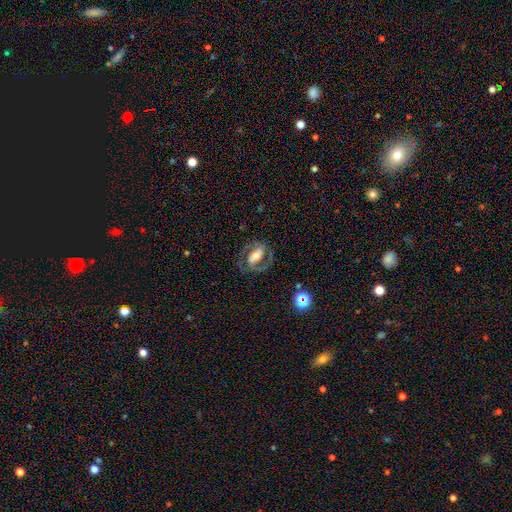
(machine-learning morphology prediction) smooth_or_featured: featured or disk (p=0.74) [alt: smooth p=0.19]
disk_edge_on: no (p=0.95) [alt: yes p=0.05]
bar: strong (p=0.41) [alt: weak p=0.32]
has_spiral_arms: yes (p=0.82) [alt: no p=0.18]
spiral_winding: medium (p=0.51) [alt: tight p=0.33]
spiral_arm_count: 2 (p=0.83) [alt: can't tell p=0.08]
bulge_size: moderate (p=0.53) [alt: small p=0.23]
merging: none (p=0.71) [alt: minor disturbance p=0.15]